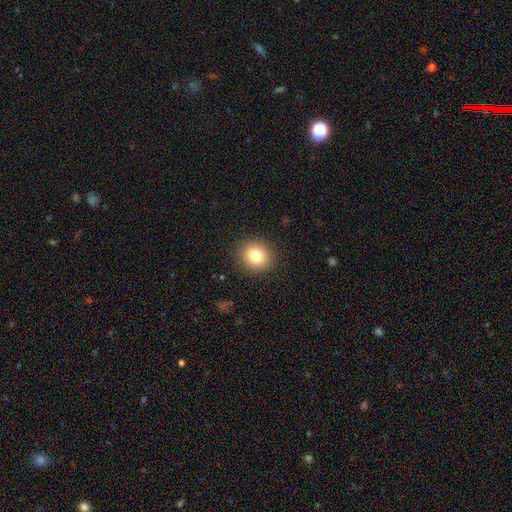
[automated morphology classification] Overall: smooth (81%). How rounded: round (80%). Merging: none (90%).